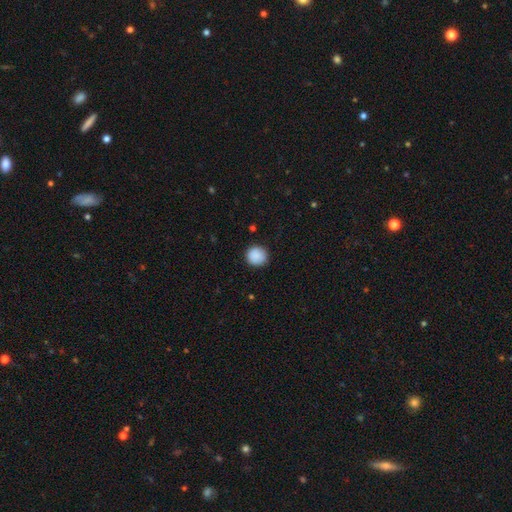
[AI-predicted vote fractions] Smooth or featured? Predicted: smooth (p=0.89). How rounded? Predicted: round (p=0.93). Merging? Predicted: none (p=0.89).